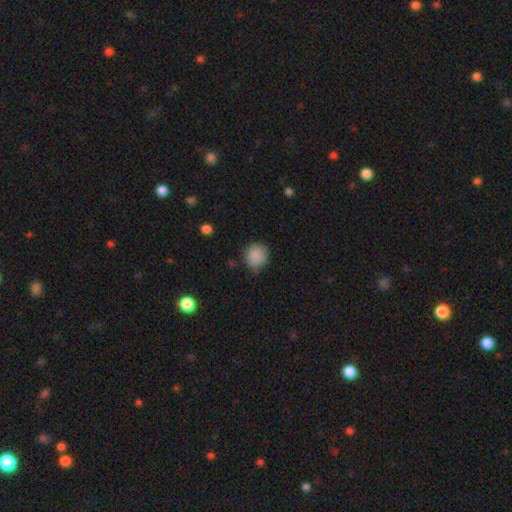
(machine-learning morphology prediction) The model was most divided on "merging": none: 81%, minor disturbance: 14%, major disturbance: 3%, merger: 2%. More confident: how rounded — round (88%); smooth or featured — smooth (87%).